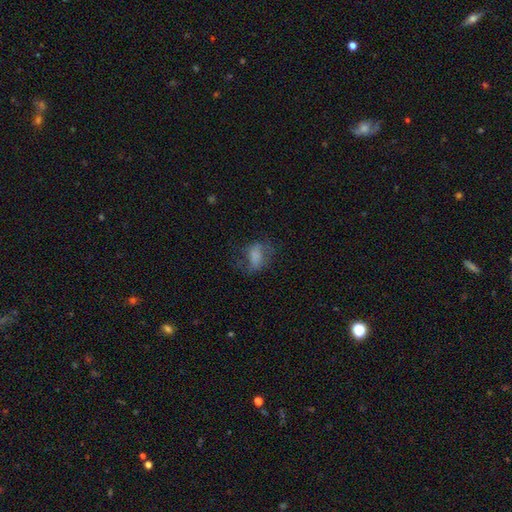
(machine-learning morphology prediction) Smooth or featured? smooth (58%)
How rounded? in between (77%)
Merging? none (43%)